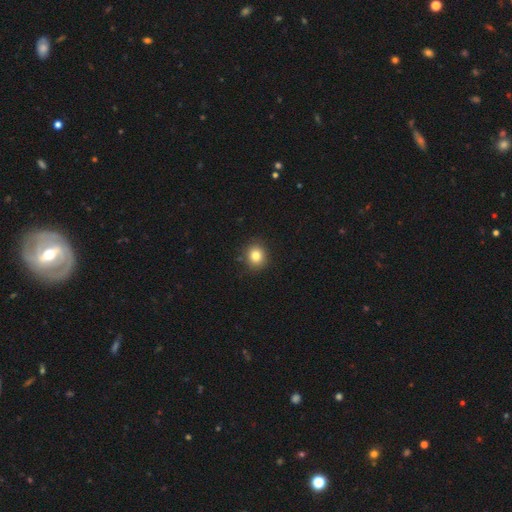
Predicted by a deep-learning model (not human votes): Q: Smooth or featured?
A: smooth (82%); runner-up: star or artifact (11%)
Q: How rounded?
A: round (82%); runner-up: in between (17%)
Q: Merging?
A: none (89%); runner-up: minor disturbance (8%)